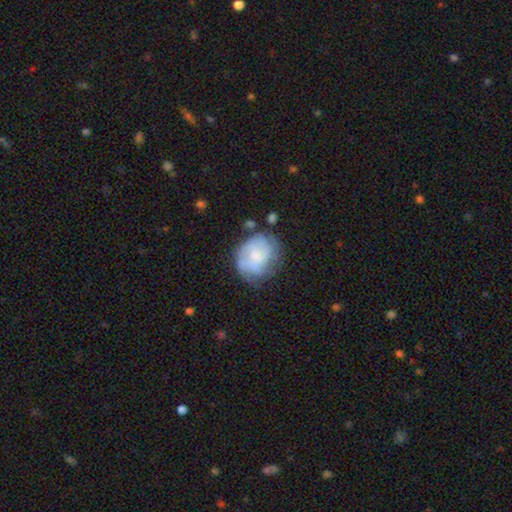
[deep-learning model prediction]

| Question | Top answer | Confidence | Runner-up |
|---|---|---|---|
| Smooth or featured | featured or disk | 52% | smooth (41%) |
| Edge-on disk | no | 98% | yes (2%) |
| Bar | no | 69% | weak (27%) |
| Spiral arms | yes | 68% | no (32%) |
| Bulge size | small | 49% | moderate (30%) |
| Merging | none | 56% | minor disturbance (26%) |